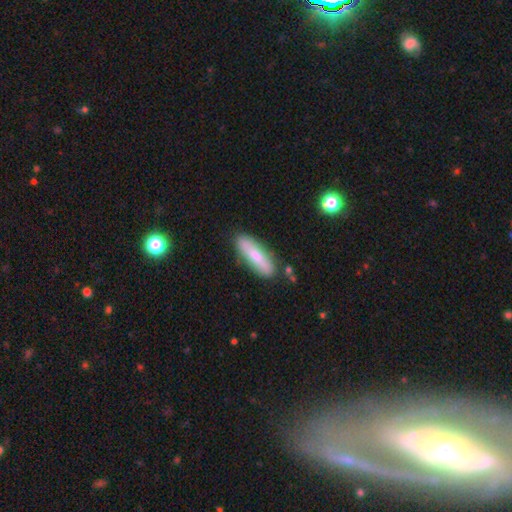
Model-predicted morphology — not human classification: The model was most divided on "how rounded": cigar-shaped: 61%, in between: 37%, round: 2%. More confident: merging — none (84%); smooth or featured — smooth (62%).